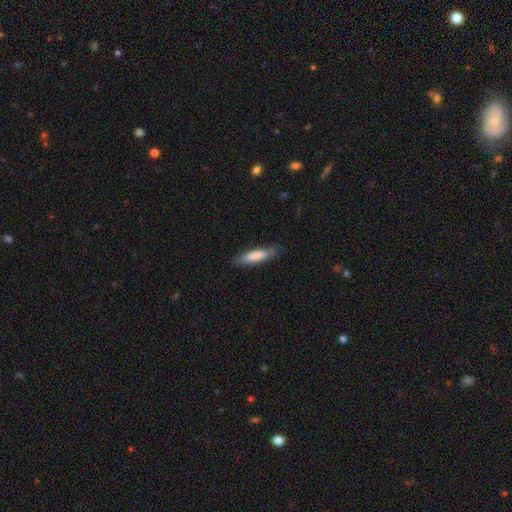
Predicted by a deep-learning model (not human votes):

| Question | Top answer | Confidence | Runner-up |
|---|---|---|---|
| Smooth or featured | smooth | 78% | featured or disk (17%) |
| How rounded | cigar-shaped | 68% | in between (31%) |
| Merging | none | 81% | minor disturbance (15%) |